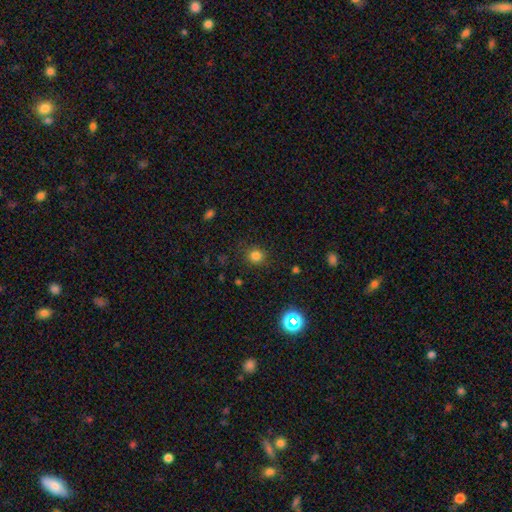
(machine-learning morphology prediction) smooth 80%, star or artifact 15%, featured or disk 5%. Down the decision tree: how rounded — round (85%); merging — none (87%).